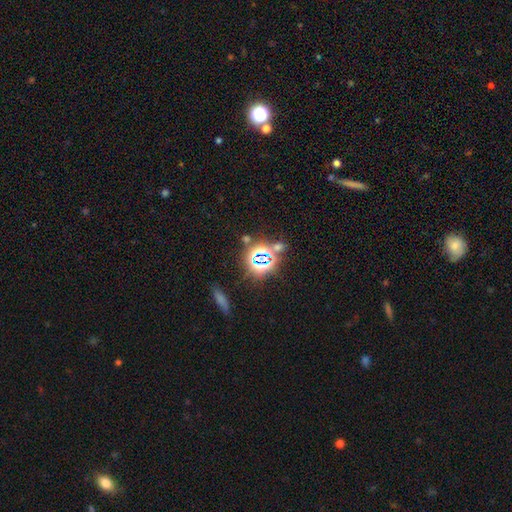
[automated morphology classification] smooth-or-featured: star or artifact: 73% | smooth: 17% | featured or disk: 10%